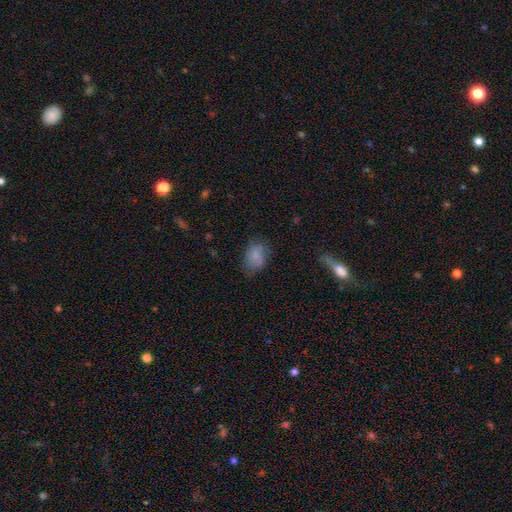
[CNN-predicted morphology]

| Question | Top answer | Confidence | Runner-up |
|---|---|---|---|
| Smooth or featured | smooth | 79% | featured or disk (11%) |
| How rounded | in between | 74% | round (25%) |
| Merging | none | 62% | minor disturbance (26%) |